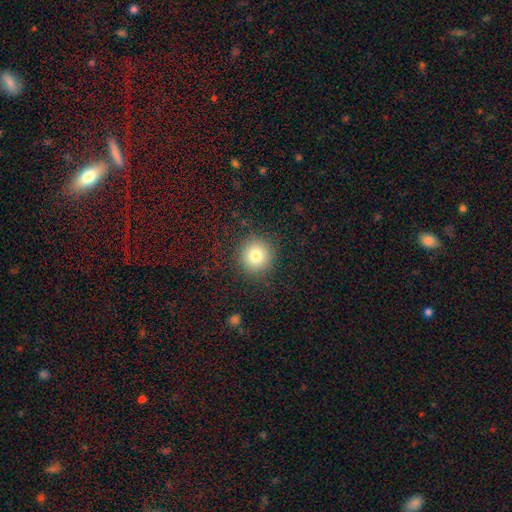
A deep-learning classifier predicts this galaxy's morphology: Smooth or featured? smooth (80%)
How rounded? round (94%)
Merging? none (88%)